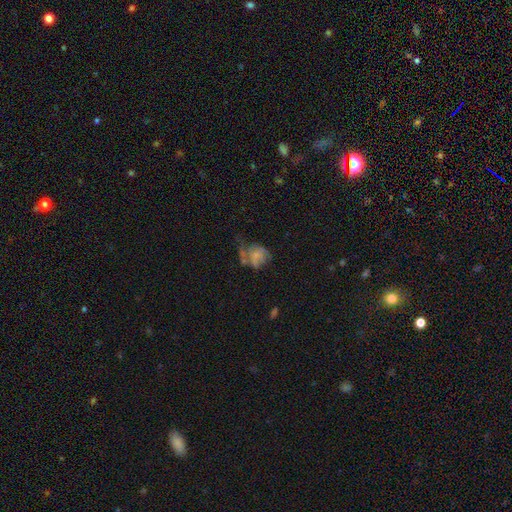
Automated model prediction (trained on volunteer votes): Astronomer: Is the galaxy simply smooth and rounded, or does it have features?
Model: featured or disk — 50% (runner-up: smooth, 39%).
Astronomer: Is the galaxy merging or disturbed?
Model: major disturbance — 37% (runner-up: none, 29%).